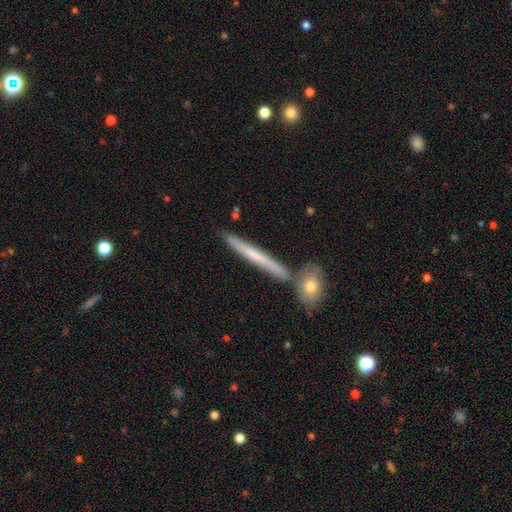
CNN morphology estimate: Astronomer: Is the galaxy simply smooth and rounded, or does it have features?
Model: smooth — 50% (runner-up: featured or disk, 44%).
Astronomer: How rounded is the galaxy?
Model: cigar-shaped — 95%.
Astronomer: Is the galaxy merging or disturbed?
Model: none — 79%.